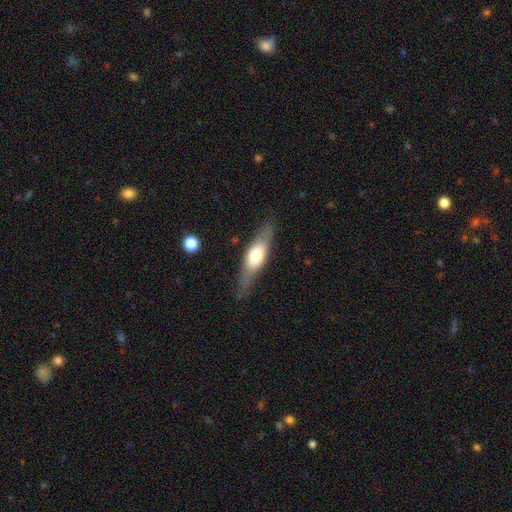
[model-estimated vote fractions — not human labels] Smooth or featured? Predicted: smooth (p=0.49). Merging? Predicted: none (p=0.79).